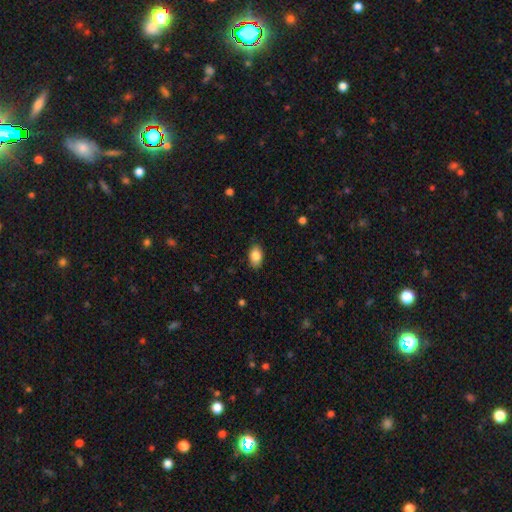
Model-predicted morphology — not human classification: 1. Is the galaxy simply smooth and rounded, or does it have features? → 86% smooth, 7% star or artifact, 7% featured or disk.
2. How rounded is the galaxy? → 90% in between, 8% round, 2% cigar-shaped.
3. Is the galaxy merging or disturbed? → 87% none, 10% minor disturbance, 2% major disturbance, 1% merger.